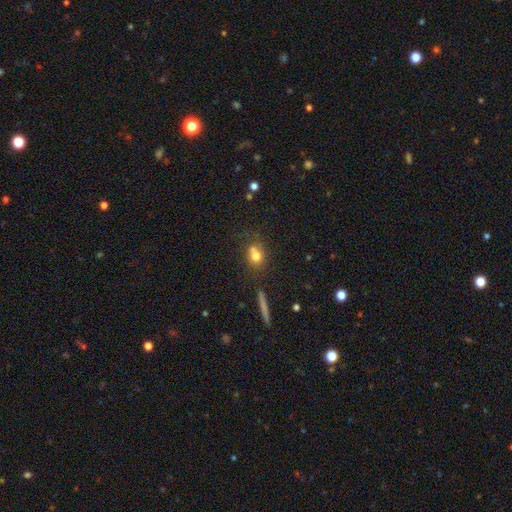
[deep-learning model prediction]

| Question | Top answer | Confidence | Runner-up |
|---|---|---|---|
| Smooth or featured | smooth | 74% | featured or disk (13%) |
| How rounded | round | 51% | in between (45%) |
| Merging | none | 55% | merger (19%) |